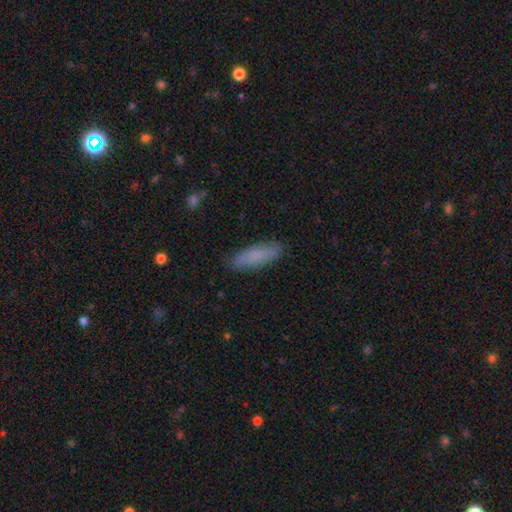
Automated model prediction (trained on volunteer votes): Morphology: type=smooth (81%); roundness=cigar-shaped (55%); merging=none (86%).